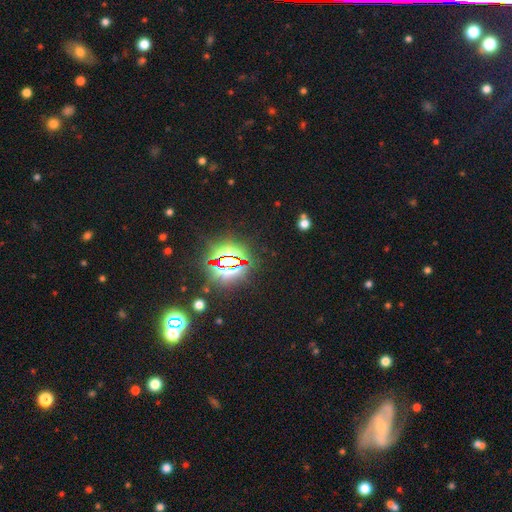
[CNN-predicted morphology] star or artifact 78%, smooth 14%, featured or disk 7%.